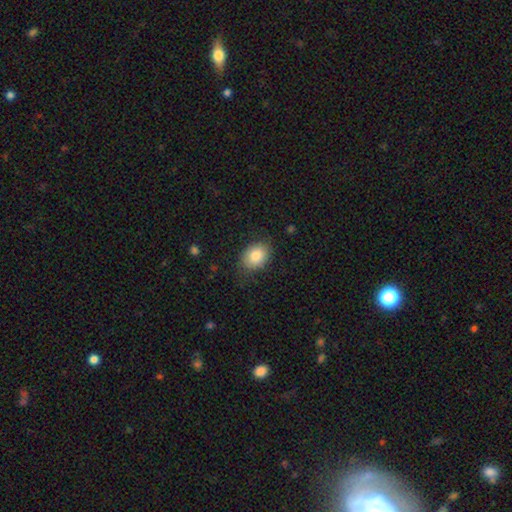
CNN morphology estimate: This is clearly a smooth galaxy (84%). How rounded: likely in between (72%). Merging: likely none (79%).